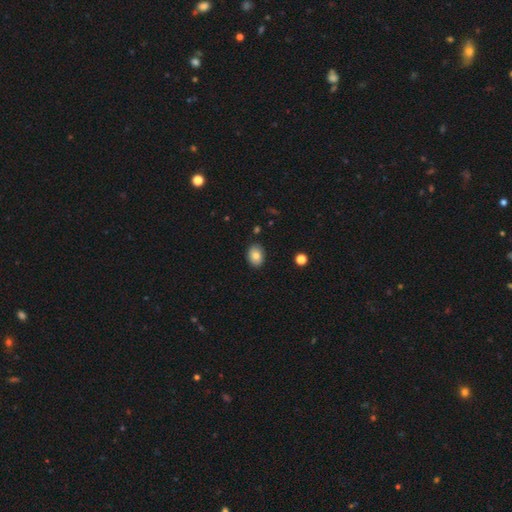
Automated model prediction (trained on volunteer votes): This is clearly a smooth galaxy (80%). How rounded: likely in between (70%). Merging: clearly none (87%).